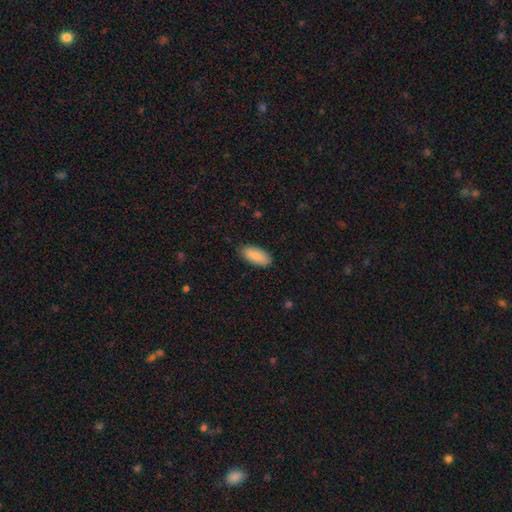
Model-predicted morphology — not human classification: Smooth or featured? smooth (89%)
How rounded? in between (86%)
Merging? none (86%)